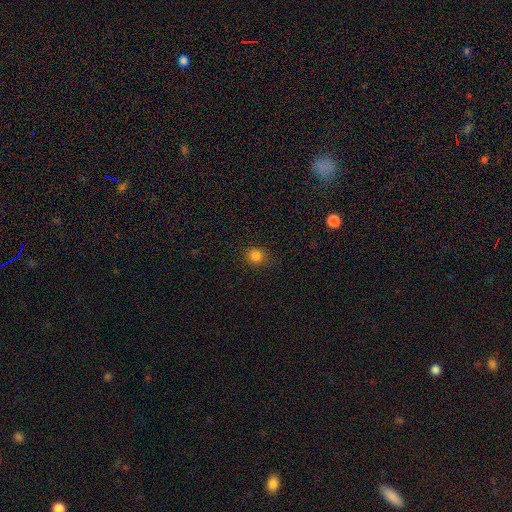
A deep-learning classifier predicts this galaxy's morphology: This appears to be a smooth galaxy with no disk features (82%) that is round (85%). Merging: none (81%).